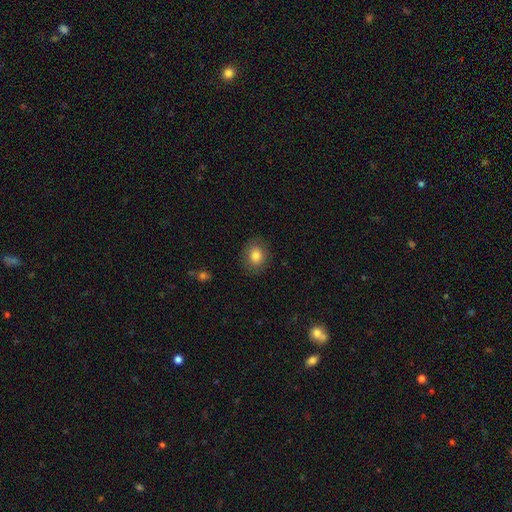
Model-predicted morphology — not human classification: Overall: smooth (82%). How rounded: round (71%). Merging: none (86%).